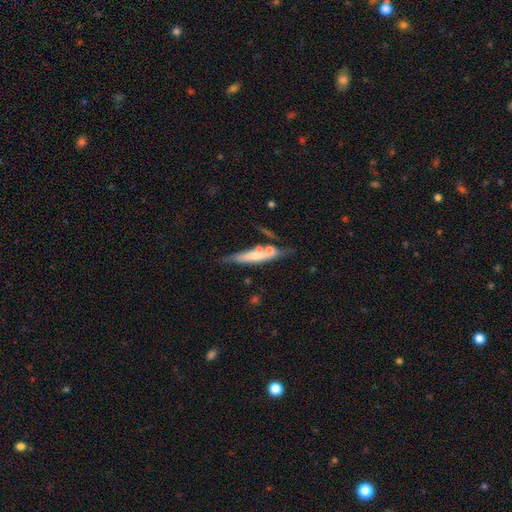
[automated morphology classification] smooth_or_featured: smooth (p=0.52) [alt: featured or disk p=0.41]
how_rounded: cigar-shaped (p=0.80) [alt: in between p=0.17]
merging: none (p=0.50) [alt: merger p=0.24]